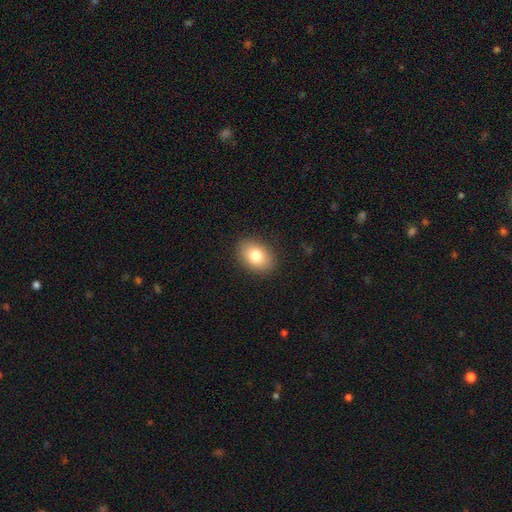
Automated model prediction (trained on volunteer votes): The model was most divided on "how rounded": in between: 76%, round: 23%, cigar-shaped: 1%. More confident: merging — none (89%); smooth or featured — smooth (80%).